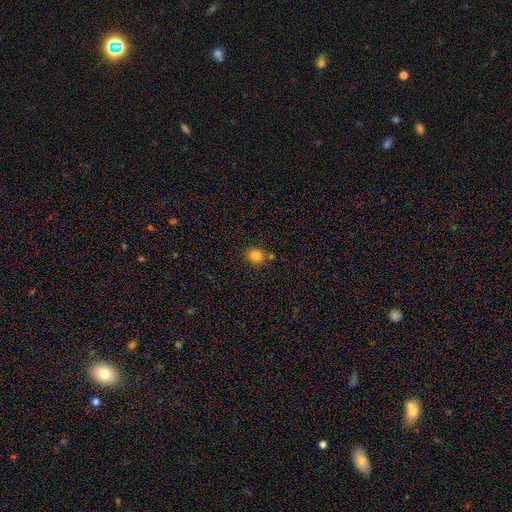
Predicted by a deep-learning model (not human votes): Overall: smooth (82%). How rounded: round (78%). Merging: none (76%).